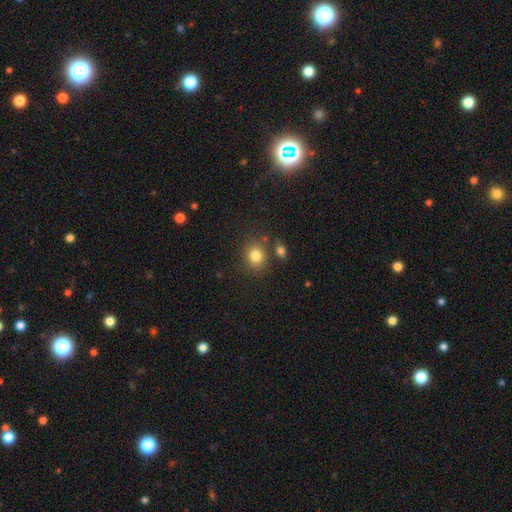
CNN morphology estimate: Q: Smooth or featured?
A: smooth (82%); runner-up: star or artifact (11%)
Q: How rounded?
A: round (72%); runner-up: in between (27%)
Q: Merging?
A: none (79%); runner-up: minor disturbance (10%)